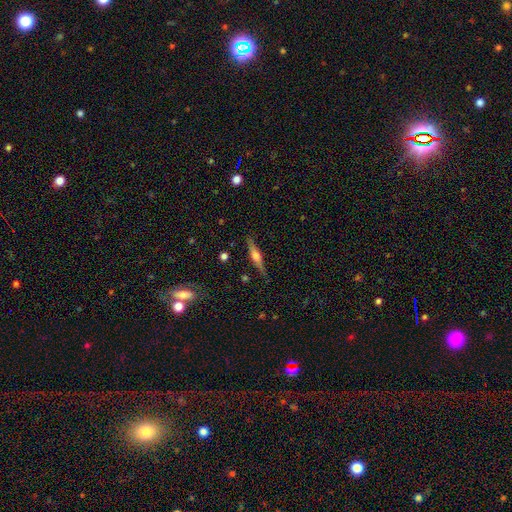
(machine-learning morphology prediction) Q: Smooth or featured?
A: featured or disk (67%); runner-up: smooth (27%)
Q: Edge-on disk?
A: yes (97%); runner-up: no (3%)
Q: Edge-on bulge?
A: rounded (81%); runner-up: boxy (14%)
Q: Merging?
A: none (87%); runner-up: minor disturbance (9%)